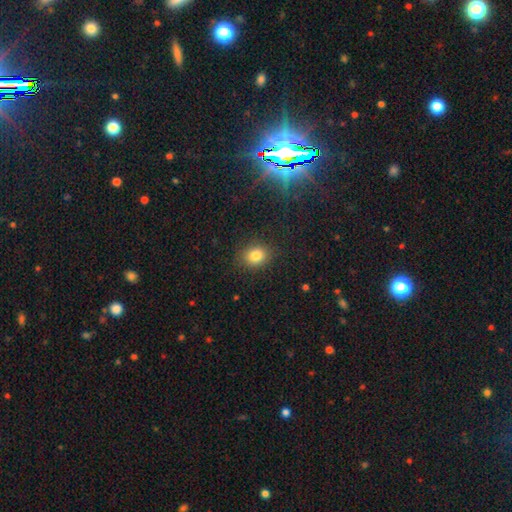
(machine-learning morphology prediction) Smooth or featured: smooth — 81% (star or artifact — 12%)
How rounded: round — 59% (in between — 40%)
Merging: none — 86% (minor disturbance — 9%)